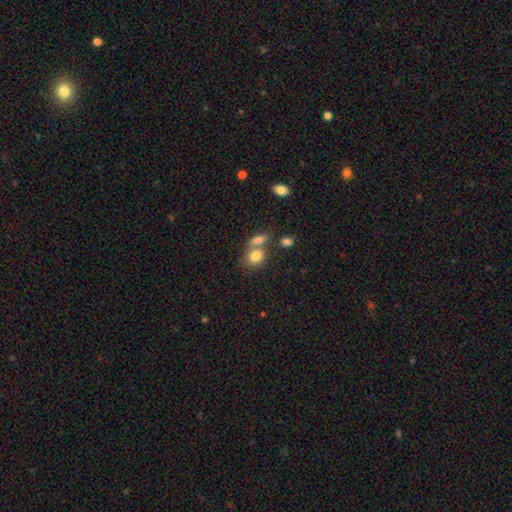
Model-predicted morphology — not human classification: Smooth or featured: smooth — 80% (featured or disk — 10%)
How rounded: round — 53% (in between — 45%)
Merging: merger — 49% (none — 36%)